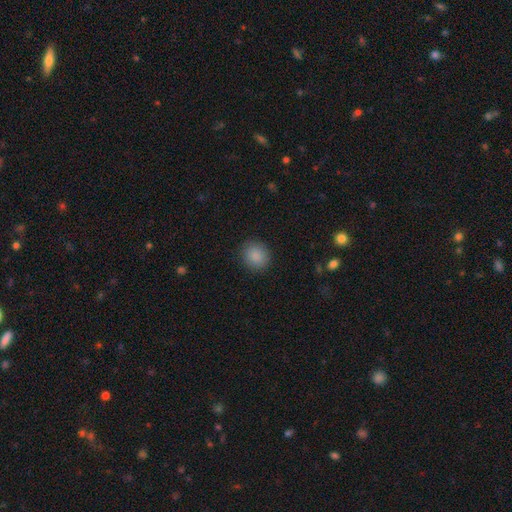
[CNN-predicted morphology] Q: Smooth or featured?
A: smooth (88%); runner-up: star or artifact (9%)
Q: How rounded?
A: round (82%); runner-up: in between (17%)
Q: Merging?
A: none (88%); runner-up: minor disturbance (8%)